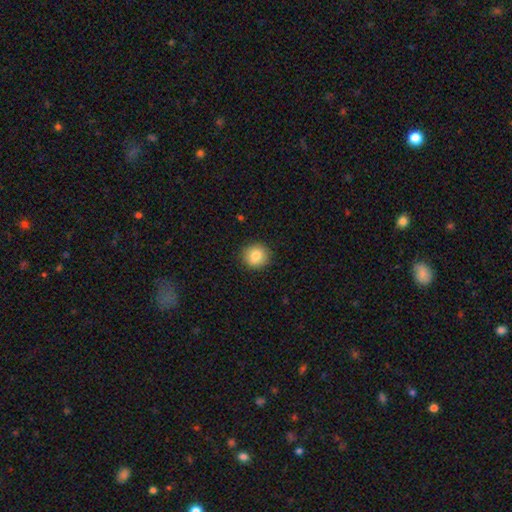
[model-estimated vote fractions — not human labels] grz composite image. It shows a smooth galaxy with no disk features (83%) that is round (90%). Merging: none (90%).